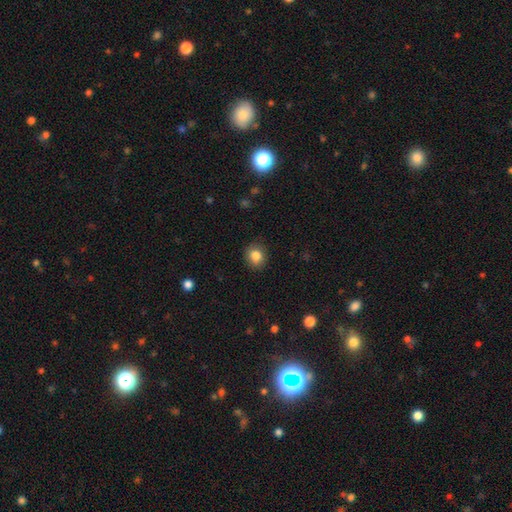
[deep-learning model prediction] smooth 84%, star or artifact 10%, featured or disk 6%. Down the decision tree: how rounded — round (71%); merging — none (86%).